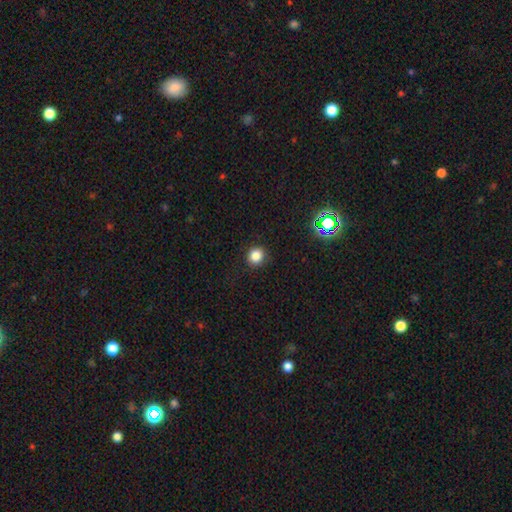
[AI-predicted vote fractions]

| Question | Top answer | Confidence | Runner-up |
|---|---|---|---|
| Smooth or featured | smooth | 83% | star or artifact (13%) |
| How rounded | round | 85% | in between (14%) |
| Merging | none | 89% | minor disturbance (8%) |